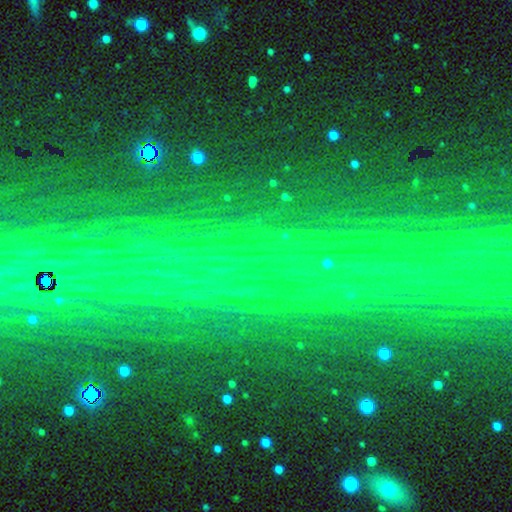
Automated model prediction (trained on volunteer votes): Overall: star or artifact (85%).